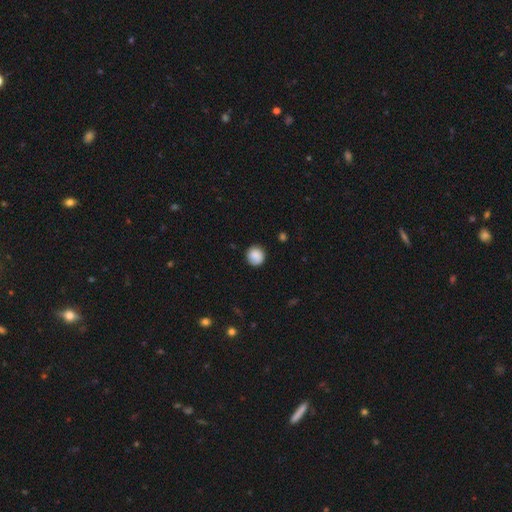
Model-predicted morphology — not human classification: Smooth or featured?
  - smooth: 88% *
  - star or artifact: 8%
  - featured or disk: 4%
How rounded?
  - round: 92% *
  - in between: 7%
  - cigar-shaped: 1%
Merging?
  - none: 88% *
  - minor disturbance: 9%
  - major disturbance: 2%
  - merger: 1%